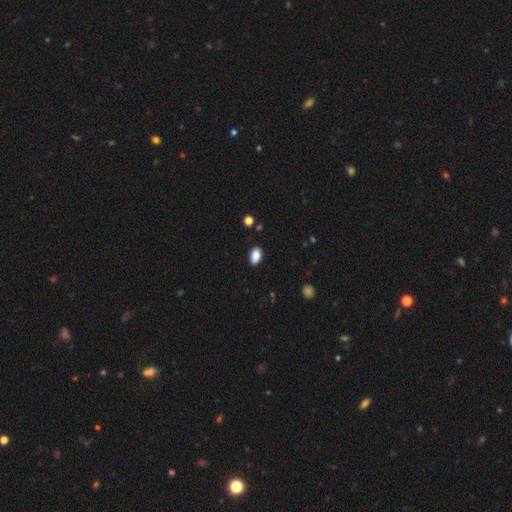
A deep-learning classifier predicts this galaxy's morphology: The model was most divided on "merging": none: 87%, minor disturbance: 9%, major disturbance: 2%, merger: 1%. More confident: how rounded — in between (91%); smooth or featured — smooth (88%).